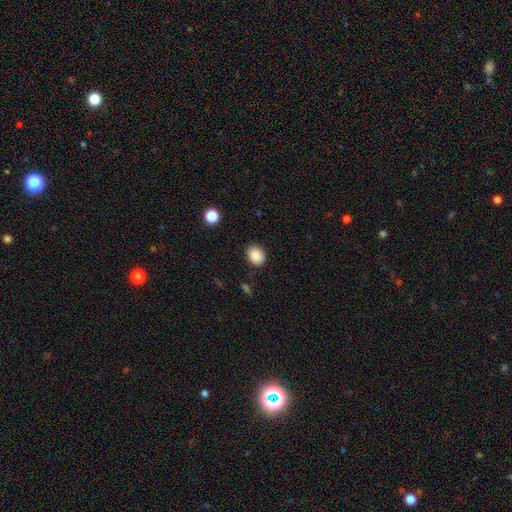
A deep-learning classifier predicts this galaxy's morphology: Smooth or featured?
  - smooth: 86% *
  - star or artifact: 9%
  - featured or disk: 5%
How rounded?
  - in between: 52% *
  - round: 47%
  - cigar-shaped: 1%
Merging?
  - none: 85% *
  - minor disturbance: 11%
  - major disturbance: 3%
  - merger: 2%